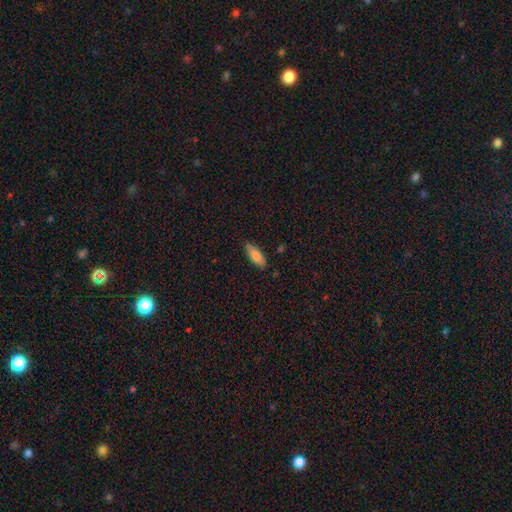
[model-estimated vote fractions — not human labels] The model was most divided on "how rounded": in between: 69%, cigar-shaped: 29%, round: 2%. More confident: merging — none (84%); smooth or featured — smooth (81%).